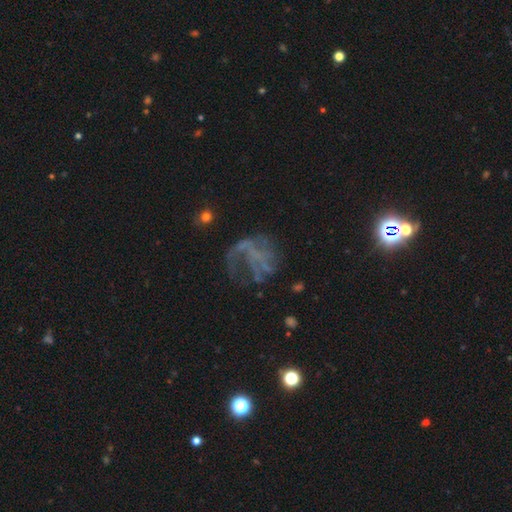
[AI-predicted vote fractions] smooth-or-featured: featured or disk: 59% | star or artifact: 23% | smooth: 18%
  disk-edge-on: no: 97% | yes: 3%
    bar: no: 78% | weak: 15% | strong: 7%
    has-spiral-arms: no: 53% | yes: 47%
    bulge-size: none: 83% | small: 9% | moderate: 4% | large: 2% | dominant: 1%
  merging: major disturbance: 41% | none: 40% | minor disturbance: 15% | merger: 4%